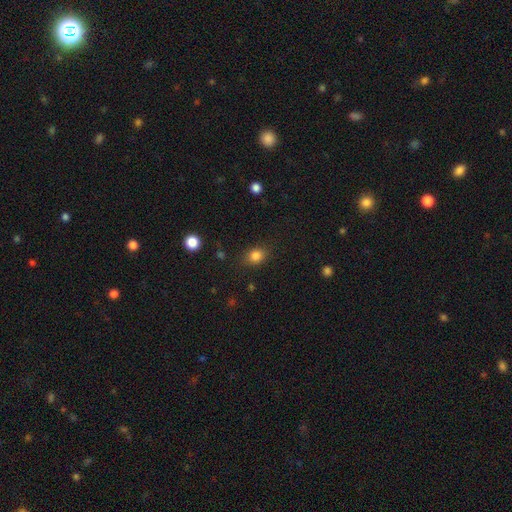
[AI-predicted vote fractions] This appears to be a smooth galaxy with no disk features (83%) that is in between round and cigar-shaped (50%). Merging: none (82%).